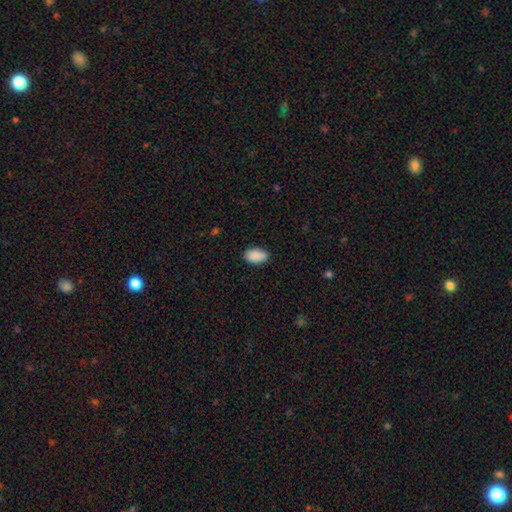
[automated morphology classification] The model was most divided on "merging": none: 84%, minor disturbance: 12%, major disturbance: 2%, merger: 1%. More confident: how rounded — in between (92%); smooth or featured — smooth (90%).